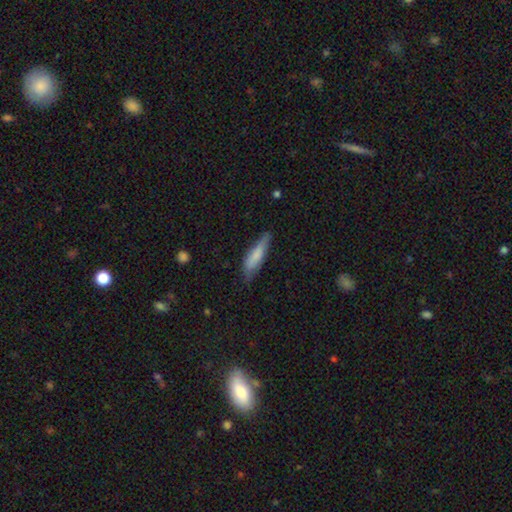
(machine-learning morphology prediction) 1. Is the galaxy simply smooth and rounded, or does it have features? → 73% smooth, 21% featured or disk, 6% star or artifact.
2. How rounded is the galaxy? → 72% cigar-shaped, 26% in between, 2% round.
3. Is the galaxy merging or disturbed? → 66% none, 26% minor disturbance, 6% major disturbance, 2% merger.